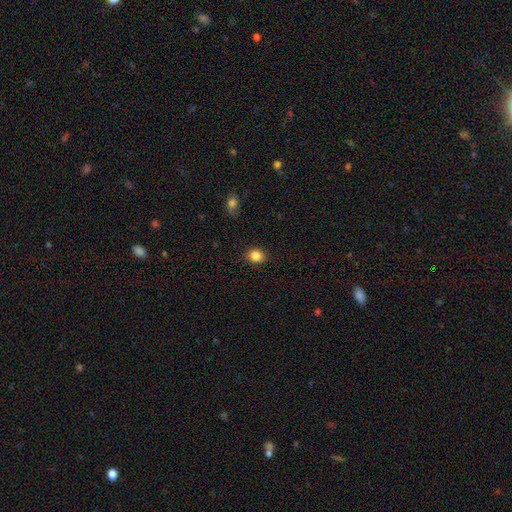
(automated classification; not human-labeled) smooth-or-featured: smooth: 85% | star or artifact: 10% | featured or disk: 5%
  how-rounded: round: 56% | in between: 43% | cigar-shaped: 1%
  merging: none: 85% | minor disturbance: 11% | major disturbance: 3% | merger: 1%